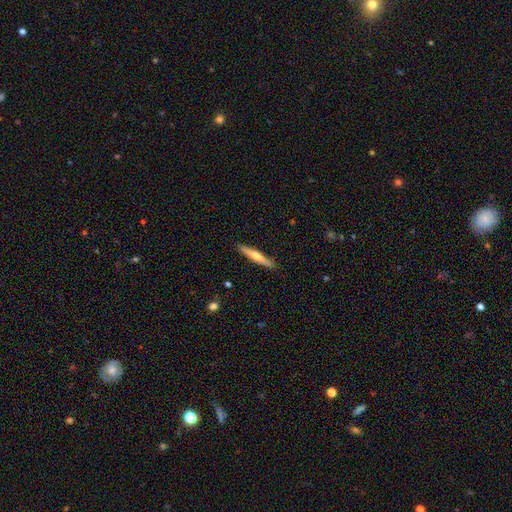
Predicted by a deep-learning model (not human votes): A featured or disk galaxy (49%).

Vote fractions:
- Smooth or featured? featured or disk: 49% / smooth: 45% / star or artifact: 6%
- Merging? none: 91% / minor disturbance: 7% / major disturbance: 1% / merger: 1%